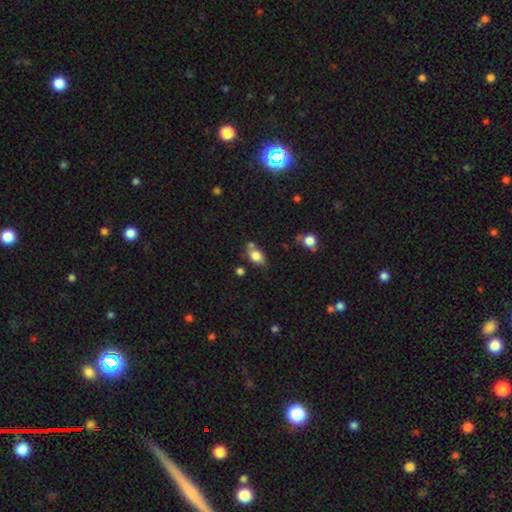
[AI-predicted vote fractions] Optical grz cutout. It shows a smooth galaxy with no disk features (80%) that is in between round and cigar-shaped (82%). Merging: none (56%).